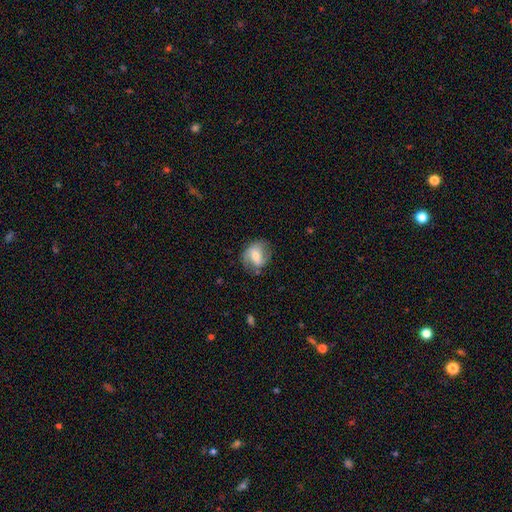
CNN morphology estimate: smooth_or_featured: smooth (p=0.46) [tied with: featured or disk p=0.46]
merging: none (p=0.65) [alt: minor disturbance p=0.24]